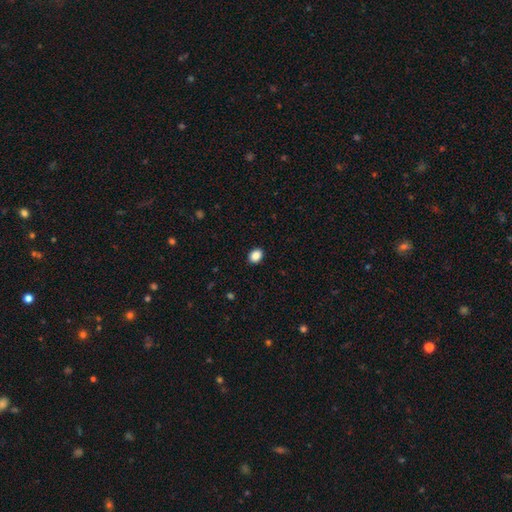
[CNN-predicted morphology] This appears to be a smooth galaxy with no disk features (88%) that is in between round and cigar-shaped (57%). Merging: none (91%).